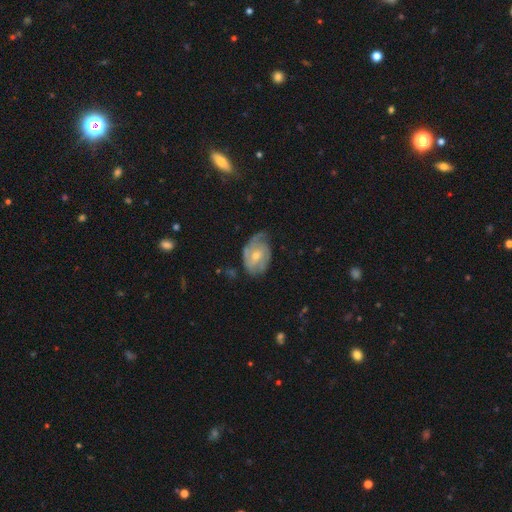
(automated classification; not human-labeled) This appears to be a featured or disk galaxy (70%) with no bar (53%), 2 (41%) tight (45%) spiral arms (89%) and a small central bulge (48%). Merging: none (55%).